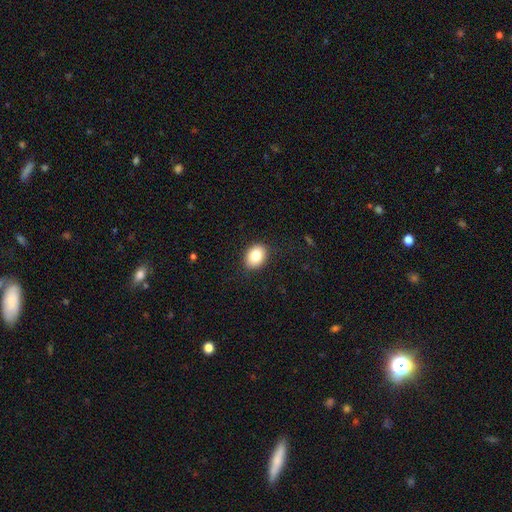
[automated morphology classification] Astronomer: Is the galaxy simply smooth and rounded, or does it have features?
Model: smooth — 82%.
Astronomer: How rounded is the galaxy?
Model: in between — 68%.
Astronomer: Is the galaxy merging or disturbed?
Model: none — 88%.